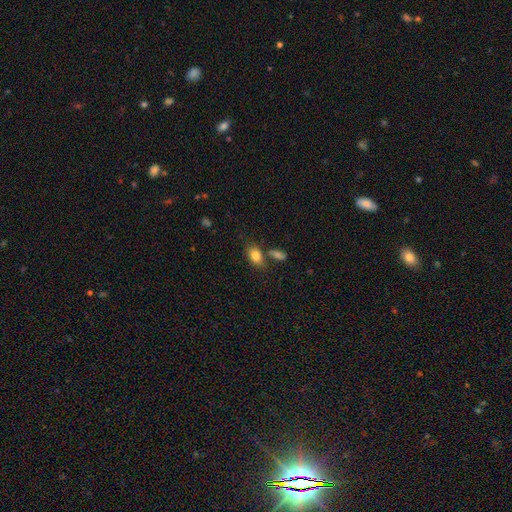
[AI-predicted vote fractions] The model was most divided on "merging": none: 61%, merger: 19%, minor disturbance: 15%, major disturbance: 5%. More confident: smooth or featured — smooth (82%); how rounded — in between (81%).